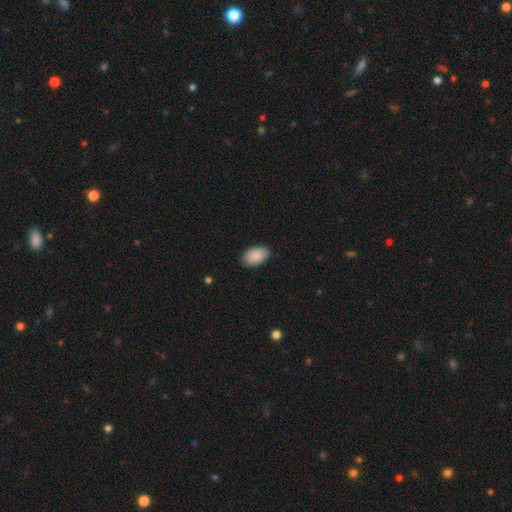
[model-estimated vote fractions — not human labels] smooth-or-featured: smooth: 91% | star or artifact: 6% | featured or disk: 3%
  how-rounded: in between: 93% | round: 6% | cigar-shaped: 1%
  merging: none: 88% | minor disturbance: 9% | major disturbance: 2% | merger: 1%